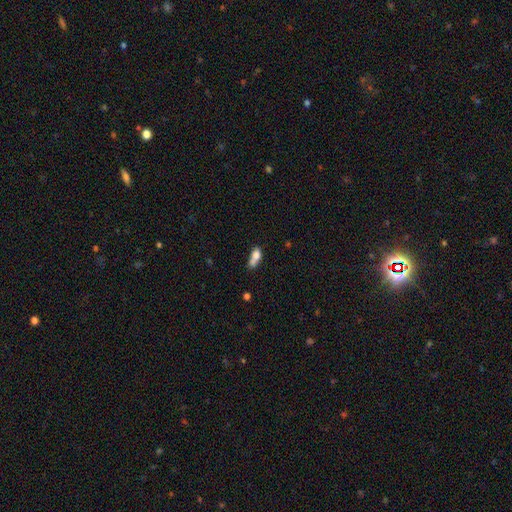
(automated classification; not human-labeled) Smooth or featured: smooth — 71% (featured or disk — 19%)
How rounded: in between — 71% (cigar-shaped — 15%)
Merging: merger — 47% (none — 25%)